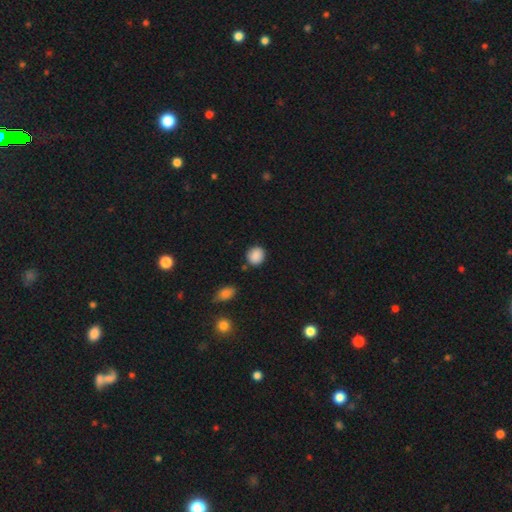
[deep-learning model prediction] Morphology: type=smooth (89%); roundness=round (80%); merging=none (83%).